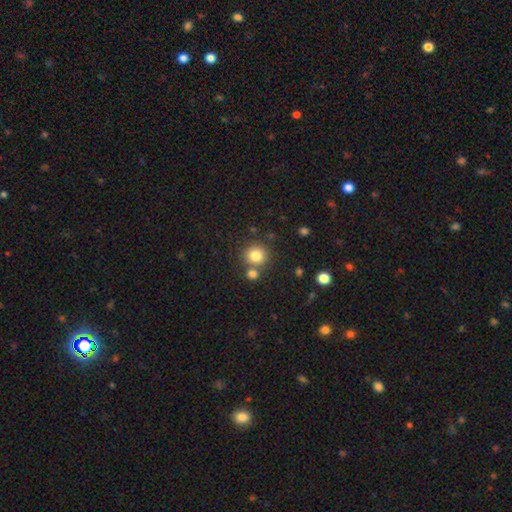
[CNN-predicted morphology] type=smooth (82%); roundness=round (89%); merging=none (70%).